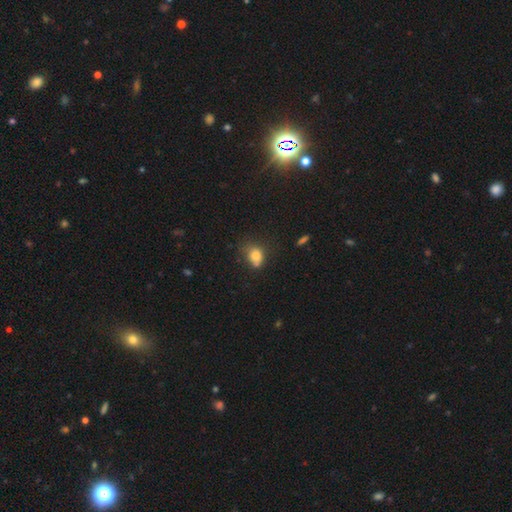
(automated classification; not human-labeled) Q: Smooth or featured?
A: smooth (77%); runner-up: featured or disk (12%)
Q: How rounded?
A: in between (59%); runner-up: round (40%)
Q: Merging?
A: none (40%); runner-up: minor disturbance (31%)